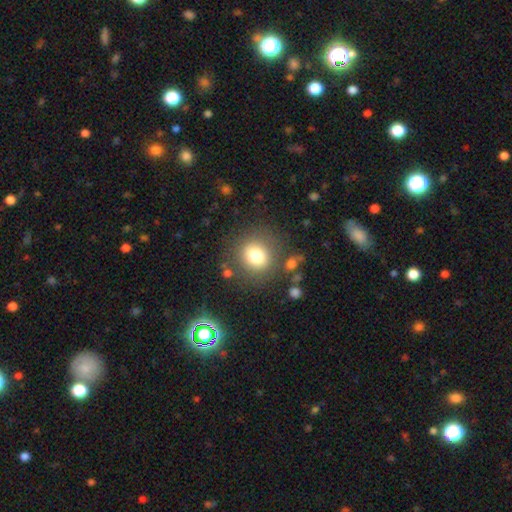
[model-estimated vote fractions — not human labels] Q: Smooth or featured?
A: smooth (76%); runner-up: star or artifact (13%)
Q: How rounded?
A: round (87%); runner-up: in between (12%)
Q: Merging?
A: none (81%); runner-up: minor disturbance (10%)